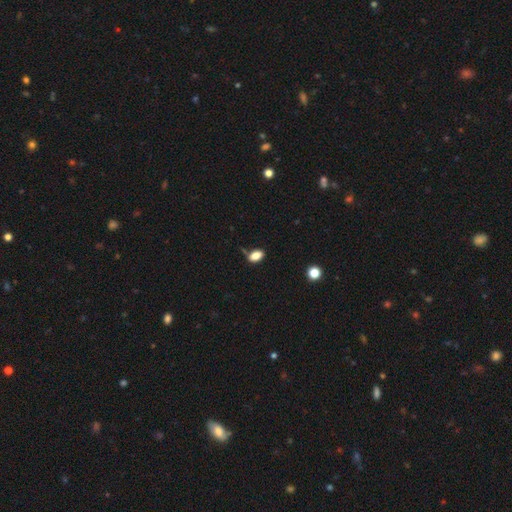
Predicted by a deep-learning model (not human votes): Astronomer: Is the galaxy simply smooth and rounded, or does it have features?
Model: smooth — 84%.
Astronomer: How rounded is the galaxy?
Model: in between — 88%.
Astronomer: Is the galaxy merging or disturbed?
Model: none — 68%.